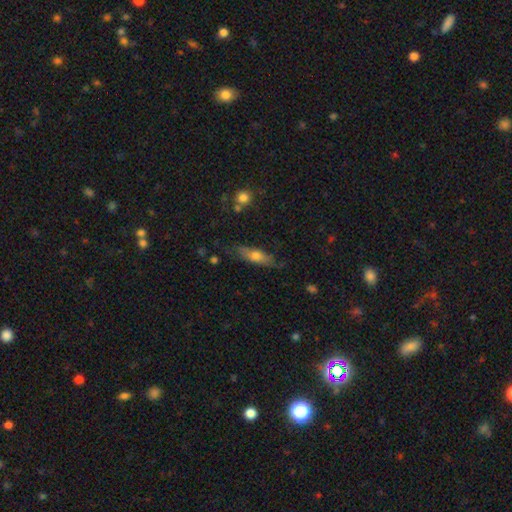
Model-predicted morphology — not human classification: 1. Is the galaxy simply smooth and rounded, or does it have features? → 59% smooth, 35% featured or disk, 7% star or artifact.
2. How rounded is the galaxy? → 55% cigar-shaped, 42% in between, 3% round.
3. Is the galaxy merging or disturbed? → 75% none, 19% minor disturbance, 4% major disturbance, 2% merger.